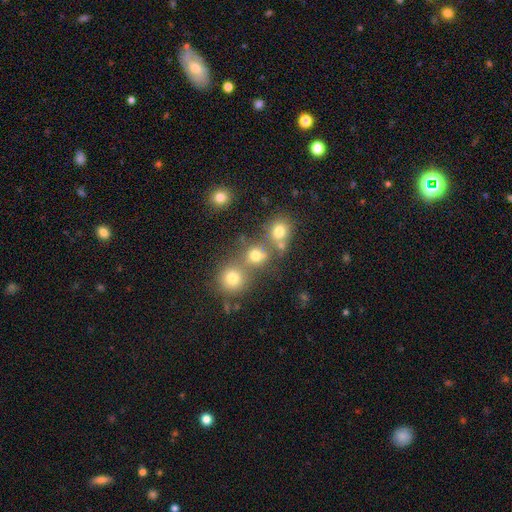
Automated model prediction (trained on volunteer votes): Smooth or featured?
  - smooth: 66% *
  - star or artifact: 24%
  - featured or disk: 10%
How rounded?
  - round: 85% *
  - in between: 14%
  - cigar-shaped: 1%
Merging?
  - none: 56% *
  - merger: 33%
  - minor disturbance: 7%
  - major disturbance: 3%